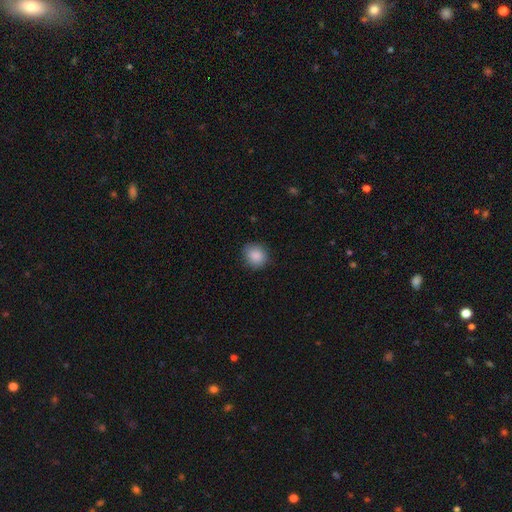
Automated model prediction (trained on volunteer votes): Smooth or featured? smooth (88%)
How rounded? round (79%)
Merging? none (85%)